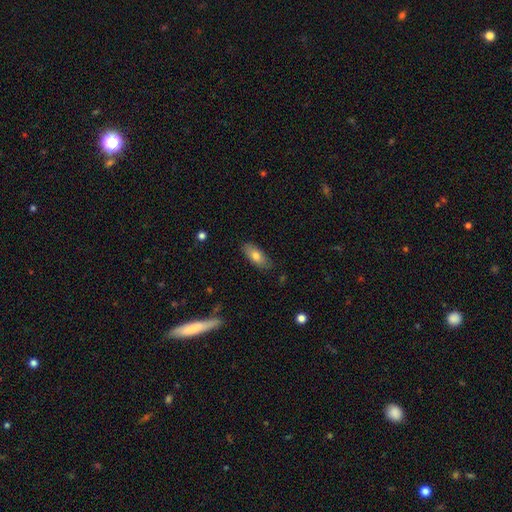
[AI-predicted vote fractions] A smooth galaxy with no disk features (76%) that is in between round and cigar-shaped (81%).

Vote fractions:
- Smooth or featured? smooth: 76% / featured or disk: 18% / star or artifact: 7%
- How rounded? in between: 81% / cigar-shaped: 17% / round: 3%
- Merging? none: 82% / minor disturbance: 14% / major disturbance: 3% / merger: 1%